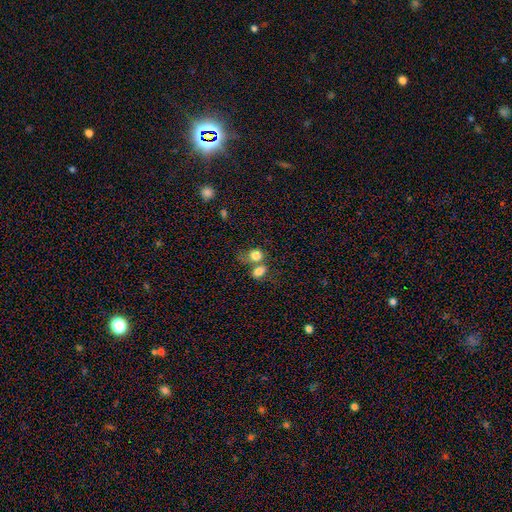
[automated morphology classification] Smooth or featured?
  - smooth: 81% *
  - star or artifact: 10%
  - featured or disk: 9%
How rounded?
  - round: 55% *
  - in between: 43%
  - cigar-shaped: 1%
Merging?
  - merger: 51% *
  - none: 31%
  - minor disturbance: 11%
  - major disturbance: 8%